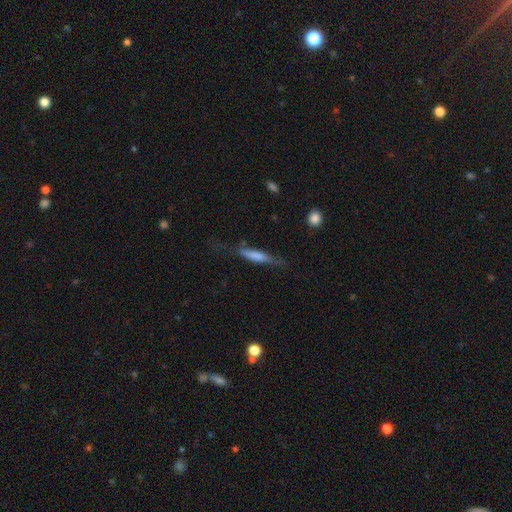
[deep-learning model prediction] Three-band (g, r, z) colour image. It shows a smooth galaxy with no disk features (62%) that is cigar-shaped (84%). Merging: none (57%).